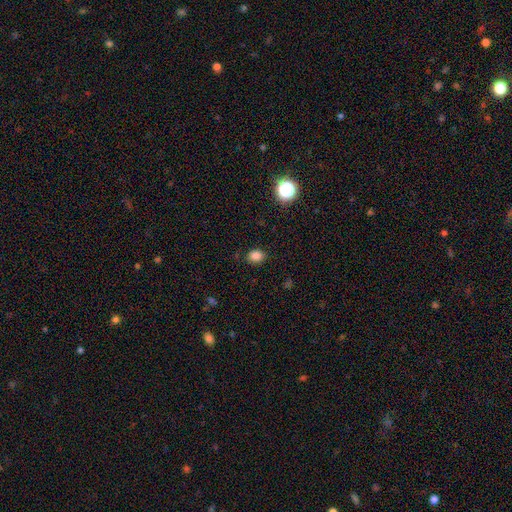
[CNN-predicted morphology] Smooth or featured? smooth (83%)
How rounded? in between (56%)
Merging? none (85%)